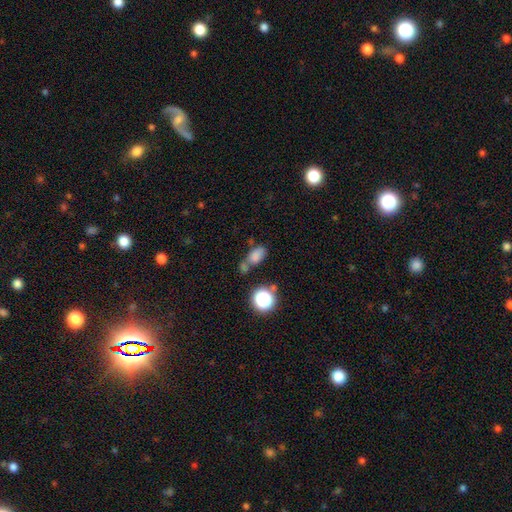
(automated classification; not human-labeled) Smooth or featured: smooth — 76% (star or artifact — 15%)
How rounded: in between — 82% (round — 15%)
Merging: none — 44% (merger — 34%)